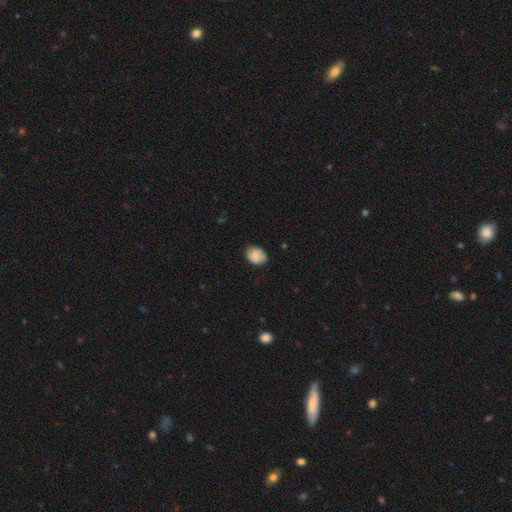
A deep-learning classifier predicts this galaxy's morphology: Smooth or featured: smooth — 79% (featured or disk — 14%)
How rounded: in between — 50% (round — 49%)
Merging: none — 77% (minor disturbance — 18%)